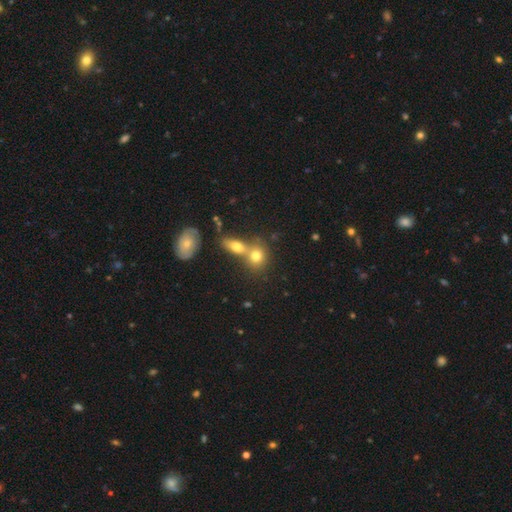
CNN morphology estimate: This appears to be a smooth galaxy with no disk features (71%) that is round (59%). Merging: merger (52%).